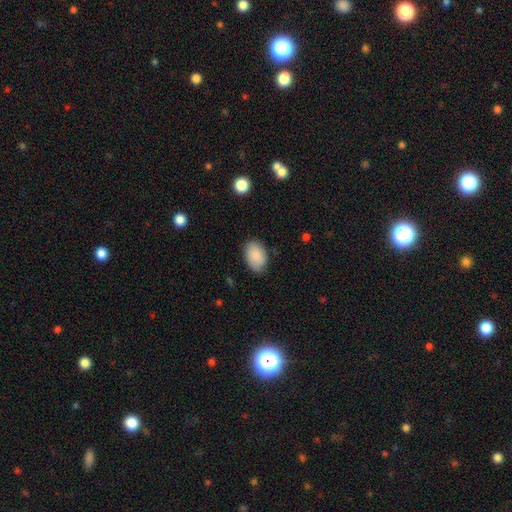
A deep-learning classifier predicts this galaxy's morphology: smooth_or_featured: smooth (p=0.88) [alt: star or artifact p=0.06]
how_rounded: in between (p=0.90) [alt: round p=0.09]
merging: none (p=0.82) [alt: minor disturbance p=0.14]